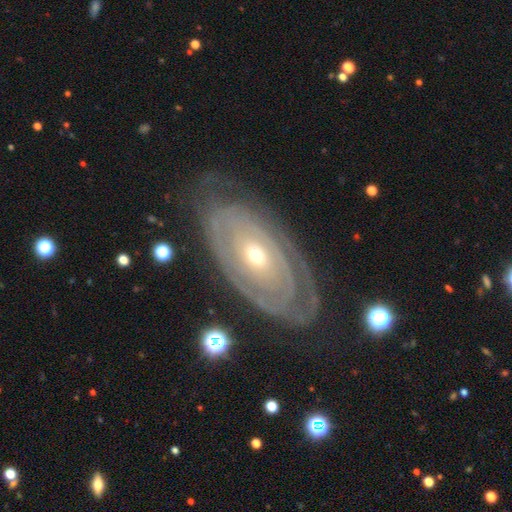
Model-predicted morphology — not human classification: featured or disk 84%, smooth 11%, star or artifact 5%. Down the decision tree: edge-on disk — no (93%); bar — no (77%); spiral arms — yes (84%); spiral arm count — can't tell (39%); spiral winding — tight (77%); bulge size — small (55%); merging — none (70%).